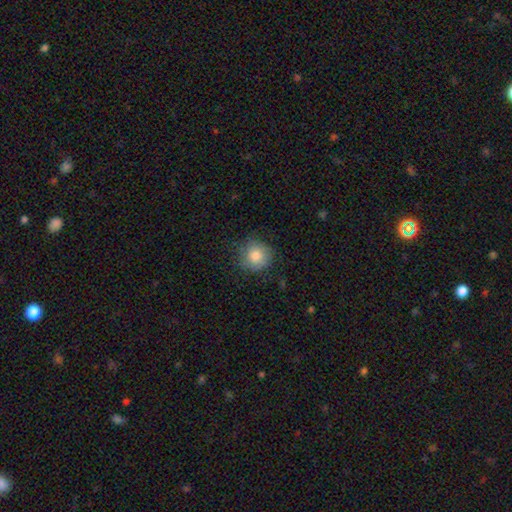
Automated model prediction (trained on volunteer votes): Smooth or featured?
  - smooth: 81% *
  - featured or disk: 11%
  - star or artifact: 8%
How rounded?
  - round: 90% *
  - in between: 9%
  - cigar-shaped: 1%
Merging?
  - none: 73% *
  - minor disturbance: 20%
  - major disturbance: 6%
  - merger: 1%